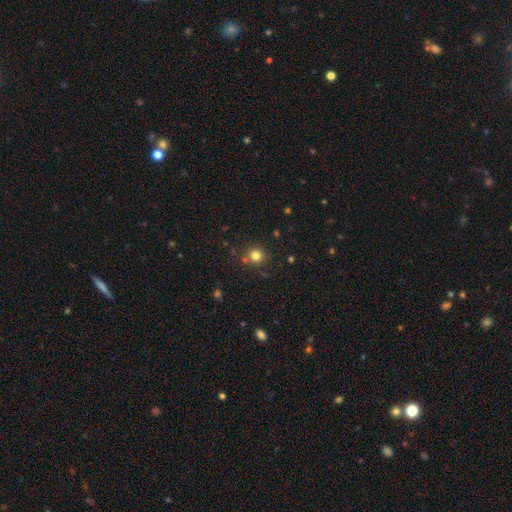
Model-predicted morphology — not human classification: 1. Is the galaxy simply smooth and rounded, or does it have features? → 79% smooth, 15% star or artifact, 6% featured or disk.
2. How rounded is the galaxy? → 92% round, 7% in between, 1% cigar-shaped.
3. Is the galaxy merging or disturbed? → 80% none, 9% minor disturbance, 8% merger, 3% major disturbance.